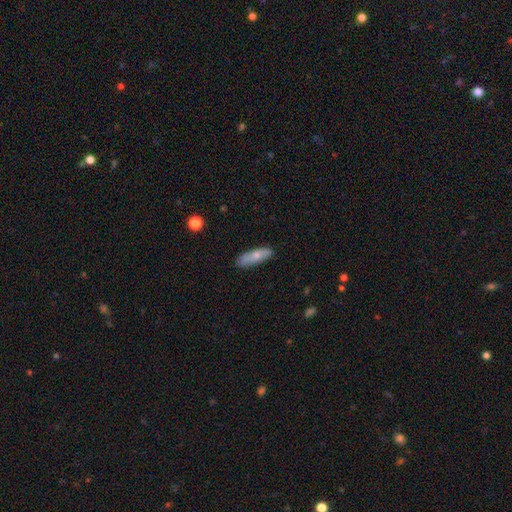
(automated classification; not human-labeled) Smooth or featured?
  - smooth: 69% *
  - featured or disk: 25%
  - star or artifact: 6%
How rounded?
  - cigar-shaped: 57% *
  - in between: 40%
  - round: 2%
Merging?
  - none: 83% *
  - minor disturbance: 13%
  - major disturbance: 2%
  - merger: 1%